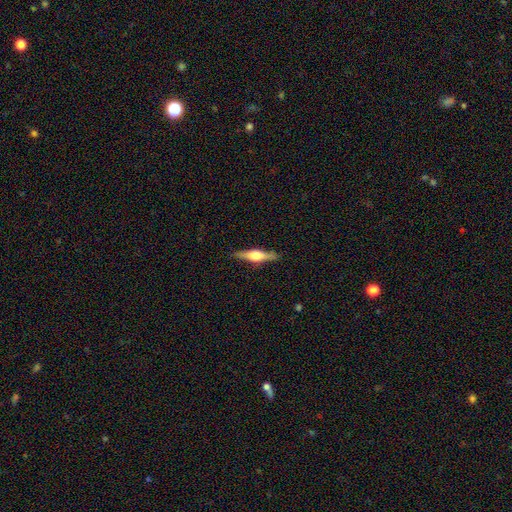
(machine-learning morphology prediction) smooth_or_featured: featured or disk (p=0.65) [alt: smooth p=0.30]
disk_edge_on: yes (p=0.96) [alt: no p=0.04]
edge_on_bulge: rounded (p=0.92) [alt: boxy p=0.06]
merging: none (p=0.88) [alt: minor disturbance p=0.09]